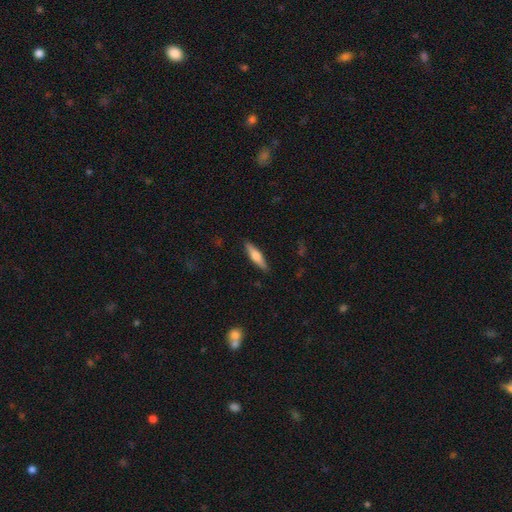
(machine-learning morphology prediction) type=smooth (54%); roundness=cigar-shaped (76%); merging=none (89%).